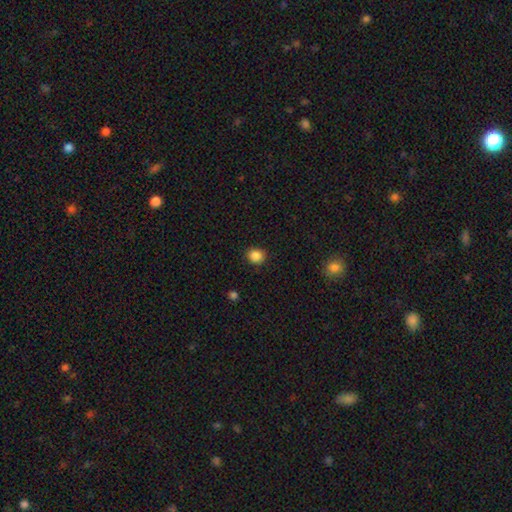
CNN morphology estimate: type=smooth (86%); roundness=round (81%); merging=none (90%).